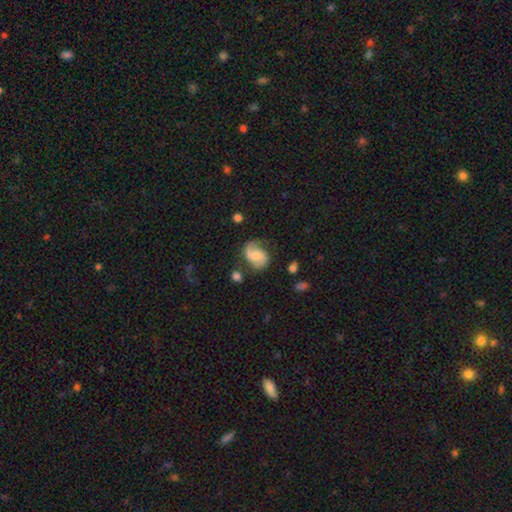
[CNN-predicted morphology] type=featured or disk (75%); edge-on=no (98%); bar=no (52%); spiral arms=yes (95%); winding=medium (46%); arm count=2 (85%); bulge=moderate (36%); merging=none (67%).